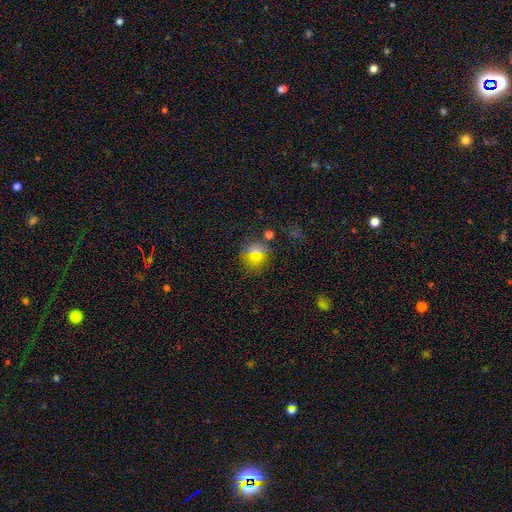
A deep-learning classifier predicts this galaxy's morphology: Smooth or featured? smooth (67%)
How rounded? round (85%)
Merging? none (81%)